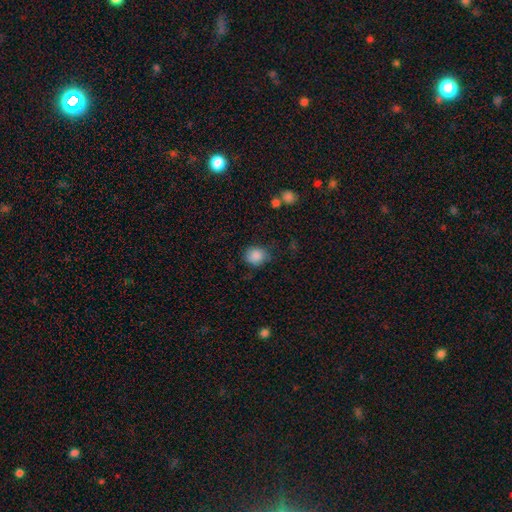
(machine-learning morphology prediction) A smooth galaxy with no disk features (87%) that is round (67%). Merging: none (75%).